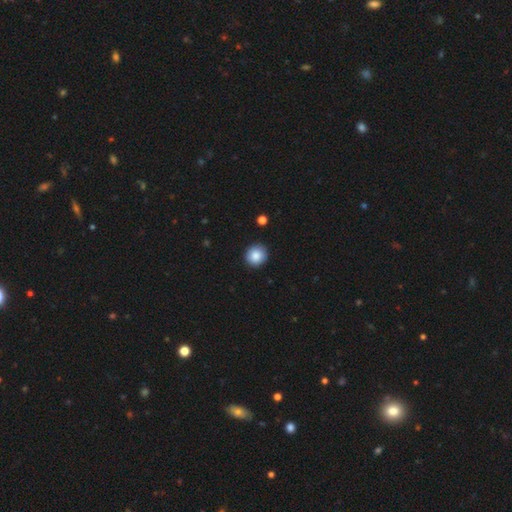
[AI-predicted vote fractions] smooth 87%, star or artifact 8%, featured or disk 5%. Down the decision tree: how rounded — round (92%); merging — none (91%).